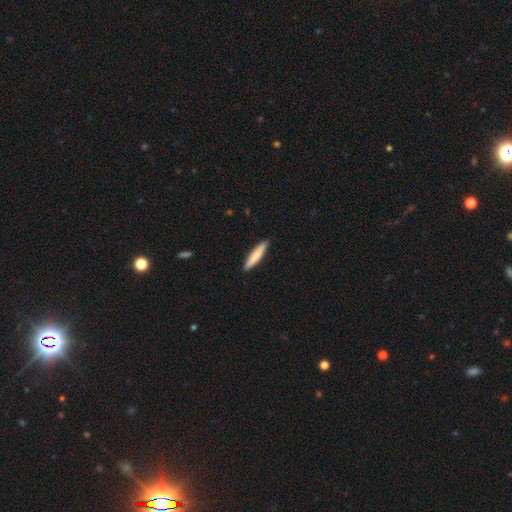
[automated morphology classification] smooth 81%, featured or disk 14%, star or artifact 5%. Down the decision tree: how rounded — cigar-shaped (89%); merging — none (91%).